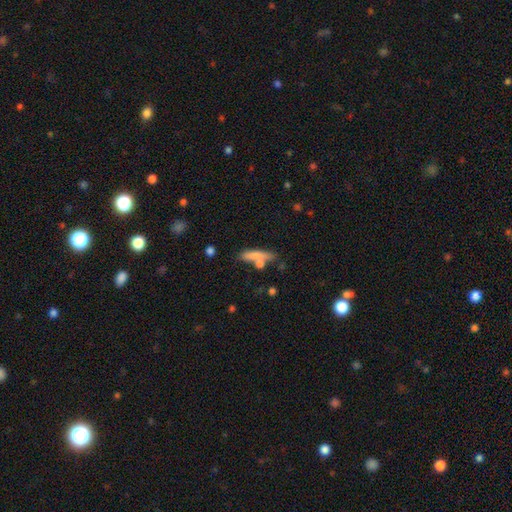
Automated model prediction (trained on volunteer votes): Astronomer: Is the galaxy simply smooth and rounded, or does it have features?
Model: smooth — 72%.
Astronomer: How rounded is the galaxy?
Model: cigar-shaped — 80%.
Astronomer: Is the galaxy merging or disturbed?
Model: none — 63%.